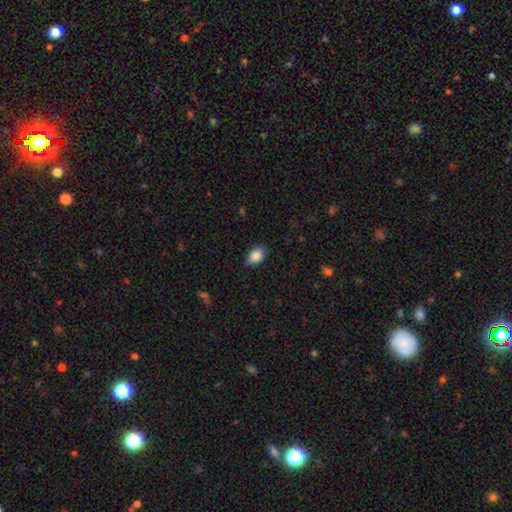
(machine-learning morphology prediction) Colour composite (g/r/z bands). It shows a smooth galaxy with no disk features (88%) that is in between round and cigar-shaped (80%). Merging: none (86%).